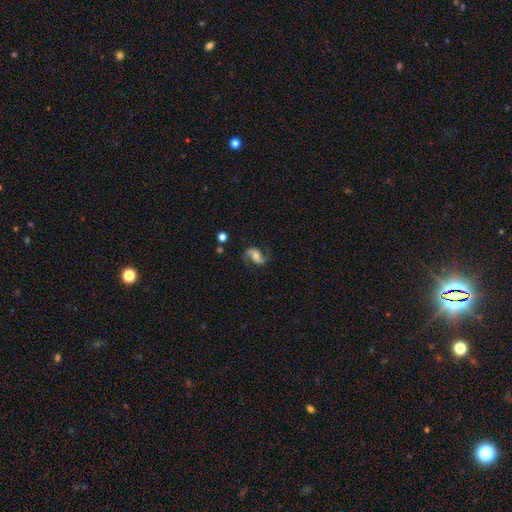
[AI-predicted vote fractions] A featured or disk galaxy (75%) with no bar (44%), 2 (92%) loose (61%) spiral arms (94%) and a moderate central bulge (56%).

Vote fractions:
- Smooth or featured? featured or disk: 75% / smooth: 17% / star or artifact: 8%
- Edge-on disk? no: 96% / yes: 4%
- Bar? no: 44% / weak: 34% / strong: 22%
- Spiral arms? yes: 94% / no: 6%
- Spiral winding? loose: 61% / medium: 29% / tight: 10%
- Spiral arm count? 2: 92% / can't tell: 3% / 1: 3% / 3: 1% / 4: 1% / more than 4: 1%
- Bulge size? moderate: 56% / small: 31% / large: 8% / none: 4% / dominant: 2%
- Merging? none: 75% / minor disturbance: 16% / major disturbance: 7% / merger: 2%